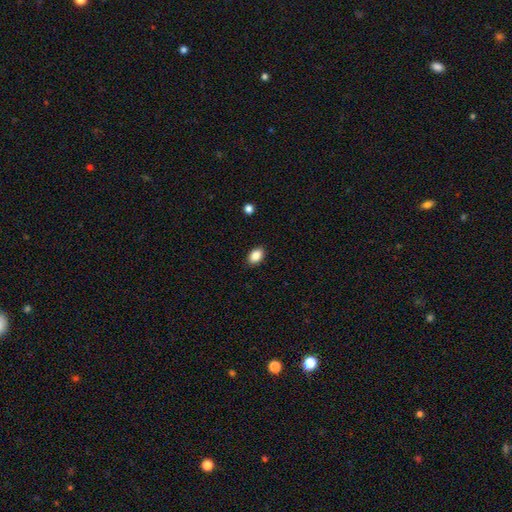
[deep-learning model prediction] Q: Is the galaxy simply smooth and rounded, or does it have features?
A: smooth — 87%.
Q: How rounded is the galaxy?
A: in between — 86%.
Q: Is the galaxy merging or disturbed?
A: none — 88%.